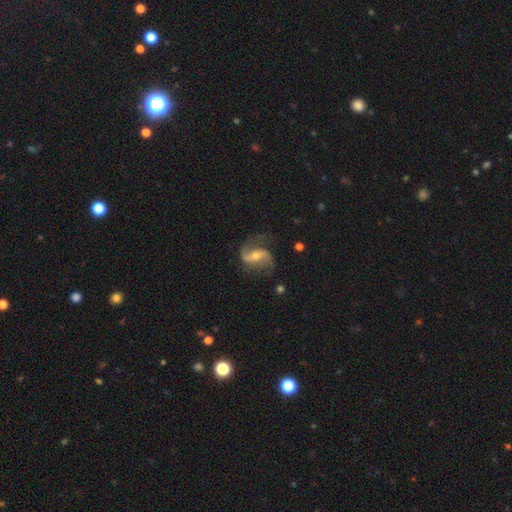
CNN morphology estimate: Smooth or featured? featured or disk (87%)
Edge-on disk? no (97%)
Bar? weak (41%)
Spiral arms? yes (96%)
Spiral winding? loose (56%)
Spiral arm count? 2 (89%)
Bulge size? moderate (58%)
Merging? none (68%)